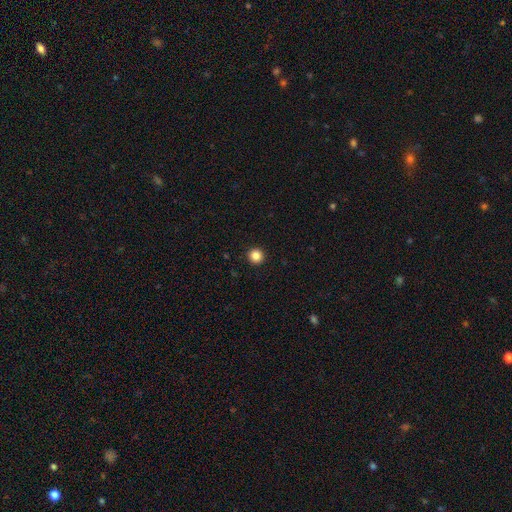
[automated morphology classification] Overall: smooth (86%). How rounded: round (95%). Merging: none (94%).